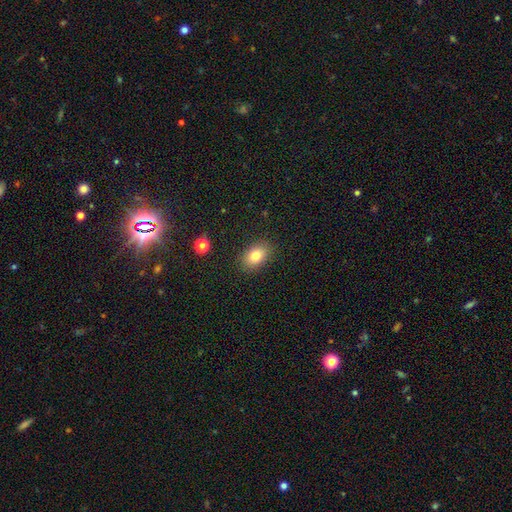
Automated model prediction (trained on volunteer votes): A smooth galaxy with no disk features (81%) that is in between round and cigar-shaped (85%).

Vote fractions:
- Smooth or featured? smooth: 81% / featured or disk: 10% / star or artifact: 9%
- How rounded? in between: 85% / round: 14% / cigar-shaped: 1%
- Merging? none: 87% / minor disturbance: 9% / major disturbance: 3% / merger: 1%